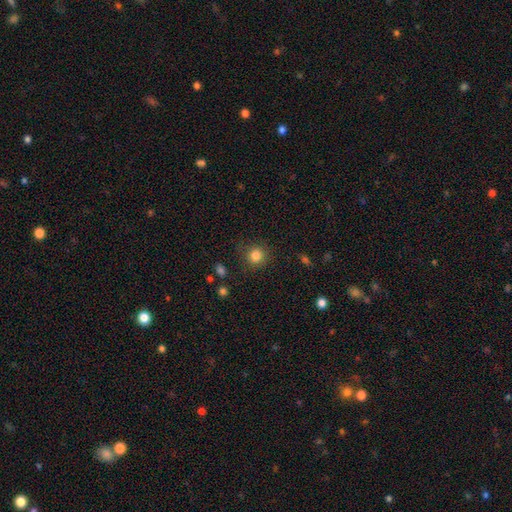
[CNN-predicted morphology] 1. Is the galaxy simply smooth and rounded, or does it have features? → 84% smooth, 11% star or artifact, 5% featured or disk.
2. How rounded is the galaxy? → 90% round, 9% in between, 1% cigar-shaped.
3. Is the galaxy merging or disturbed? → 83% none, 11% minor disturbance, 4% major disturbance, 2% merger.